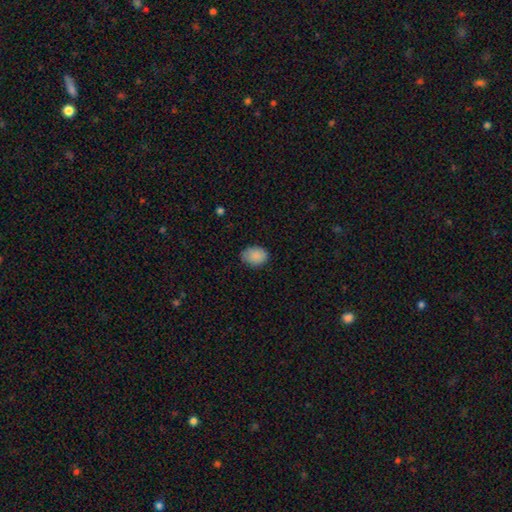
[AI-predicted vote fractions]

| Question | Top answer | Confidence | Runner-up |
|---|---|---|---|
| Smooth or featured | smooth | 88% | star or artifact (8%) |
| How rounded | in between | 67% | round (32%) |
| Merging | none | 76% | minor disturbance (20%) |